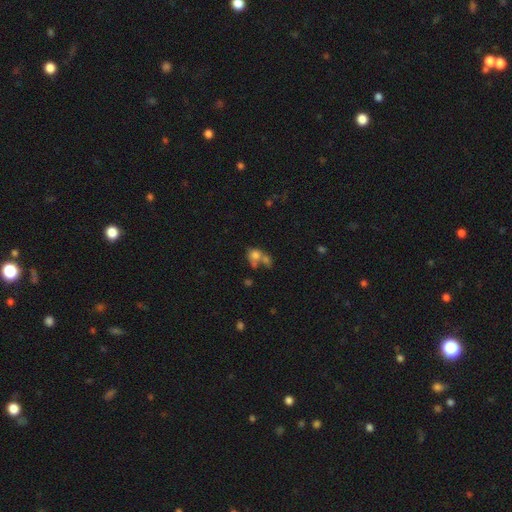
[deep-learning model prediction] A smooth galaxy with no disk features (69%) that is round (59%).

Vote fractions:
- Smooth or featured? smooth: 69% / featured or disk: 18% / star or artifact: 13%
- How rounded? round: 59% / in between: 40% / cigar-shaped: 2%
- Merging? merger: 54% / none: 26% / minor disturbance: 10% / major disturbance: 9%